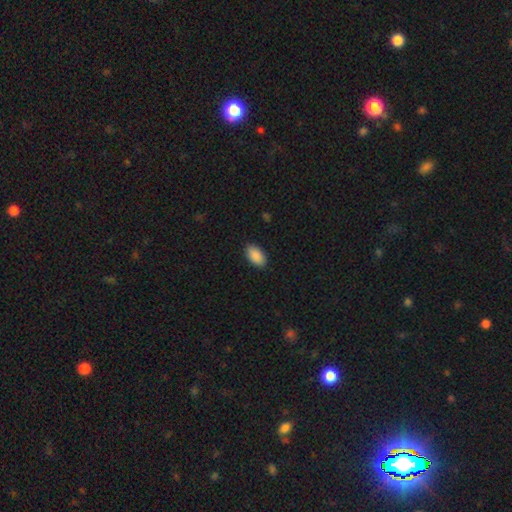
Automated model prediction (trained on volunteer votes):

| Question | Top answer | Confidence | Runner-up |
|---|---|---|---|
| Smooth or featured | smooth | 90% | star or artifact (6%) |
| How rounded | in between | 95% | round (3%) |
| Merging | none | 88% | minor disturbance (9%) |